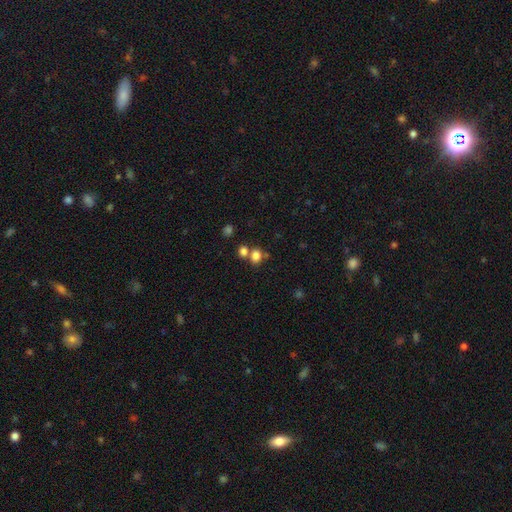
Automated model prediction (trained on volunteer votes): Smooth or featured: smooth — 80% (star or artifact — 13%)
How rounded: round — 56% (in between — 42%)
Merging: none — 55% (merger — 32%)